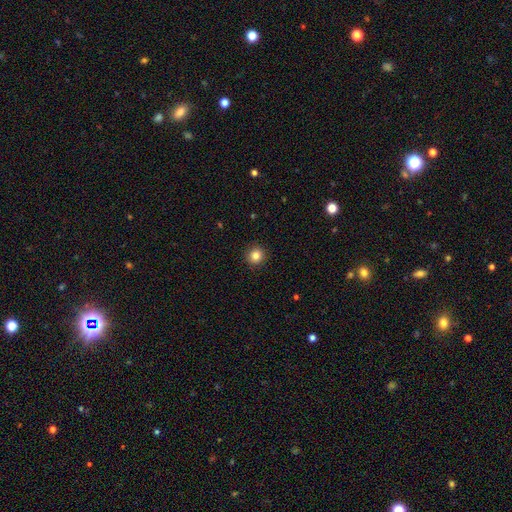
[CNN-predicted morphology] smooth-or-featured: smooth: 84% | star or artifact: 11% | featured or disk: 5%
  how-rounded: round: 94% | in between: 5% | cigar-shaped: 1%
  merging: none: 93% | minor disturbance: 5% | major disturbance: 2% | merger: 1%